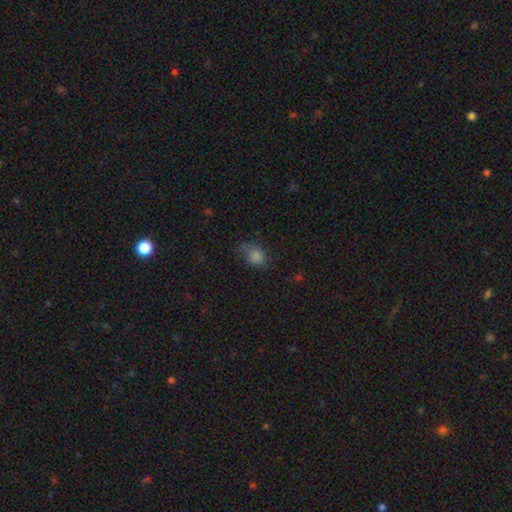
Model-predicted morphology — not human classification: smooth 79%, star or artifact 14%, featured or disk 7%. Down the decision tree: how rounded — round (50%); merging — none (55%).